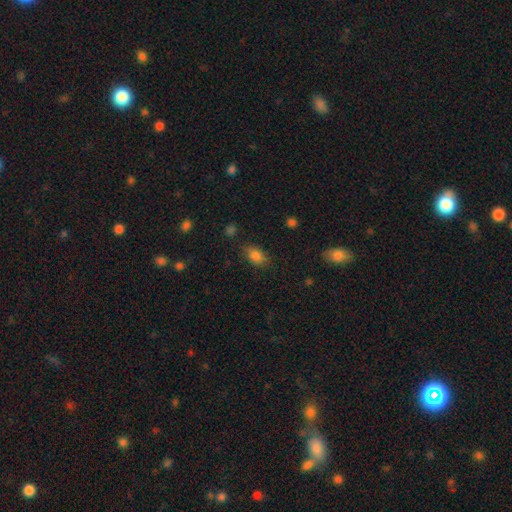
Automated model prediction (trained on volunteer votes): Q: Smooth or featured?
A: smooth (82%); runner-up: star or artifact (10%)
Q: How rounded?
A: in between (85%); runner-up: round (13%)
Q: Merging?
A: none (81%); runner-up: minor disturbance (14%)